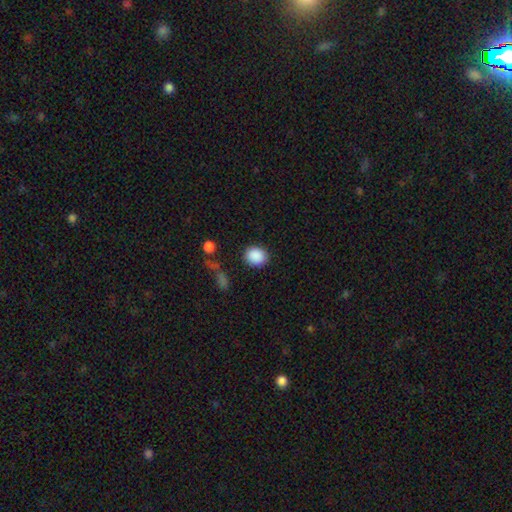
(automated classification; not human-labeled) A smooth galaxy with no disk features (89%) that is round (71%). Merging: none (87%).